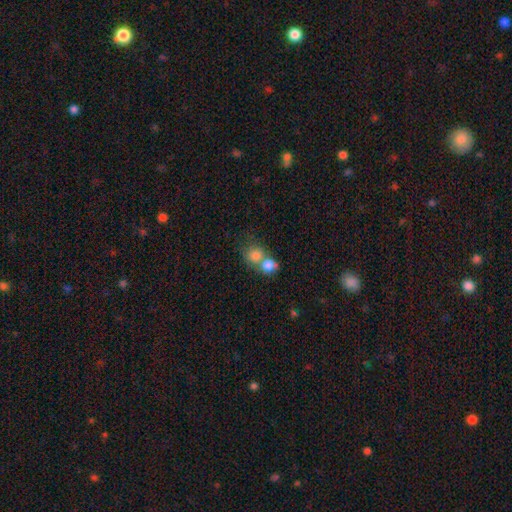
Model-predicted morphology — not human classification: The model was most divided on "merging": merger: 59%, none: 31%, minor disturbance: 7%, major disturbance: 3%. More confident: smooth or featured — smooth (79%); how rounded — round (73%).